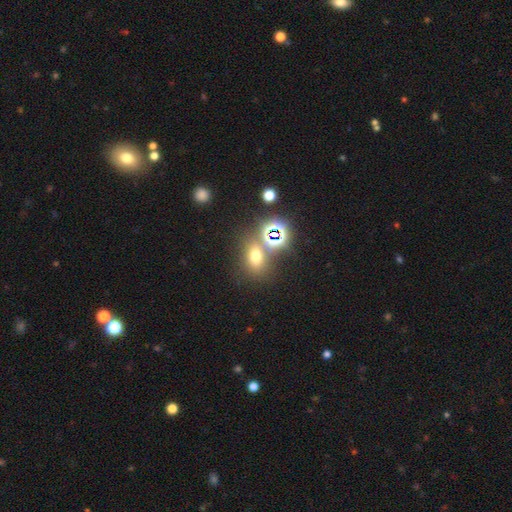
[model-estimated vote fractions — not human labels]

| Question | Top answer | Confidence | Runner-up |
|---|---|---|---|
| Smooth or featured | smooth | 56% | star or artifact (34%) |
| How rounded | in between | 54% | round (43%) |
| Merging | none | 66% | merger (18%) |